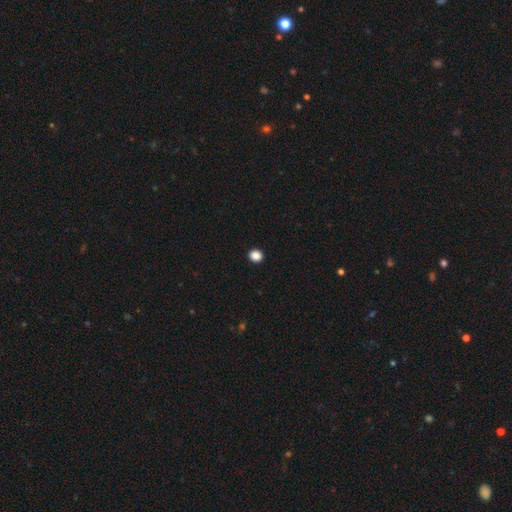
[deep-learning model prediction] Smooth or featured?
  - smooth: 87% *
  - star or artifact: 10%
  - featured or disk: 2%
How rounded?
  - round: 80% *
  - in between: 19%
  - cigar-shaped: 1%
Merging?
  - none: 93% *
  - minor disturbance: 4%
  - major disturbance: 1%
  - merger: 1%